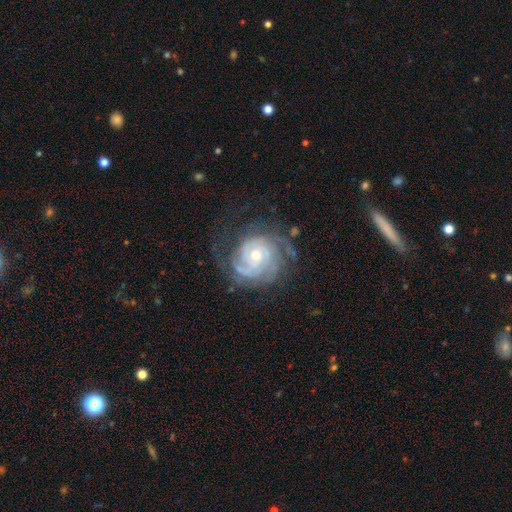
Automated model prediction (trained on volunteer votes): Smooth or featured? Predicted: featured or disk (p=0.90). Edge-on disk? Predicted: no (p=0.98). Bar? Predicted: no (p=0.71). Spiral arms? Predicted: yes (p=0.98). Spiral winding? Predicted: tight (p=0.71). Spiral arm count? Predicted: 3 (p=0.27). Bulge size? Predicted: small (p=0.51). Merging? Predicted: none (p=0.68).